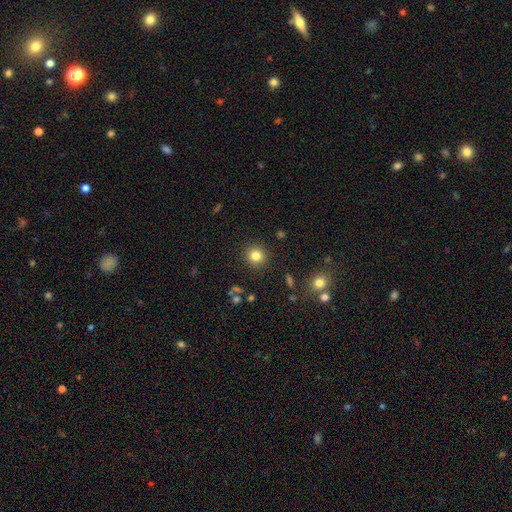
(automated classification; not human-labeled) Smooth or featured? Predicted: smooth (p=0.82). How rounded? Predicted: round (p=0.92). Merging? Predicted: none (p=0.90).